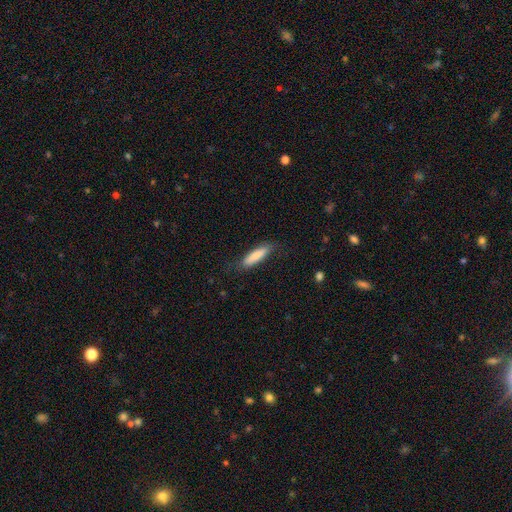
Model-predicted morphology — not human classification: type=smooth (81%); roundness=cigar-shaped (74%); merging=none (81%).